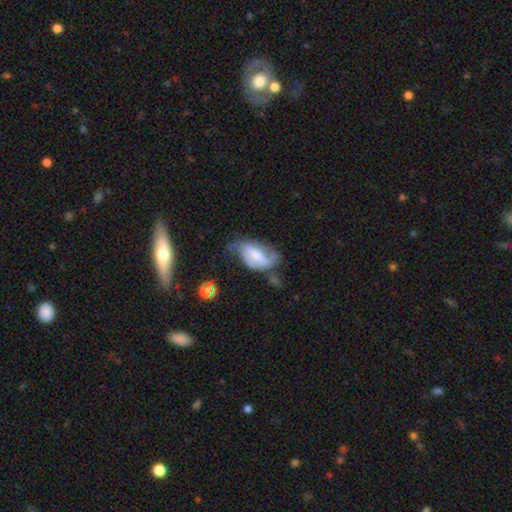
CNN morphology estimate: This is possibly a featured or disk galaxy (59%). It is clearly not viewed edge-on (94%). Bar: marginally weak (42%). Spiral arm pattern: likely yes (76%). Central bulge: marginally moderate (40%). Merging: marginally none (33%).